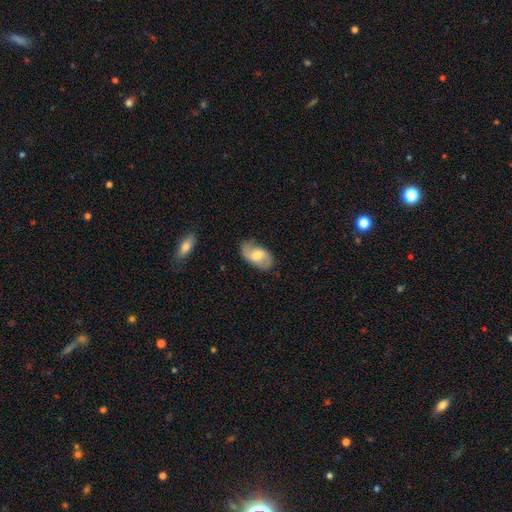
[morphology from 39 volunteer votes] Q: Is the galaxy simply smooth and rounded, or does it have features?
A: featured or disk — 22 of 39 (56%).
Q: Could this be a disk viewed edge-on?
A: no — 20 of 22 (91%).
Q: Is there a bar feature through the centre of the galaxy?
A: weak — 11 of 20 (55%).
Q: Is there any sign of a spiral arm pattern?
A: yes — 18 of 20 (90%).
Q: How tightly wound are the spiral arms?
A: medium — 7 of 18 (39%).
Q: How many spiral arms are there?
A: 2 — 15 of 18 (83%).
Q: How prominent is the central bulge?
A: moderate — 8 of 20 (40%).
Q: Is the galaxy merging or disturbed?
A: none — 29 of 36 (81%).